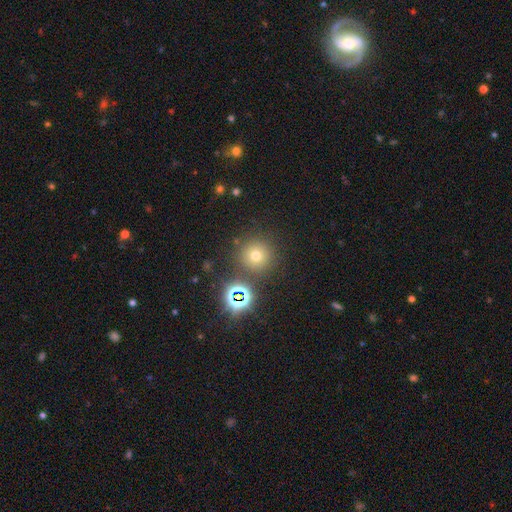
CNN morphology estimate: type=smooth (65%); roundness=round (95%); merging=none (83%).